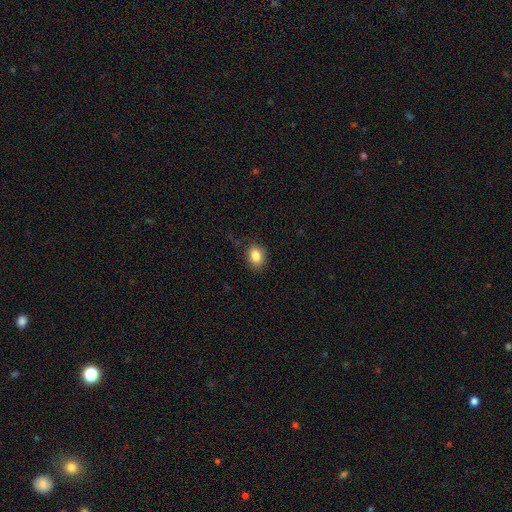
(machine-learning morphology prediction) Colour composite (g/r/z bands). It shows a smooth galaxy with no disk features (85%) that is in between round and cigar-shaped (68%). Merging: none (83%).